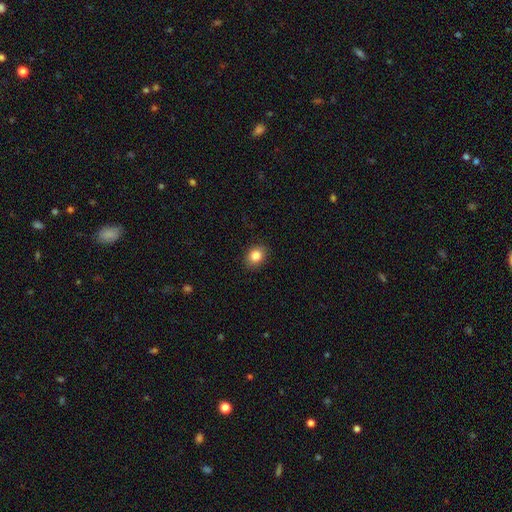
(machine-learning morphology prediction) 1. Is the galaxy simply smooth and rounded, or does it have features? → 84% smooth, 10% star or artifact, 6% featured or disk.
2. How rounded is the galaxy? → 53% in between, 46% round, 1% cigar-shaped.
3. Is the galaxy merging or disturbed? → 89% none, 8% minor disturbance, 2% major disturbance, 1% merger.